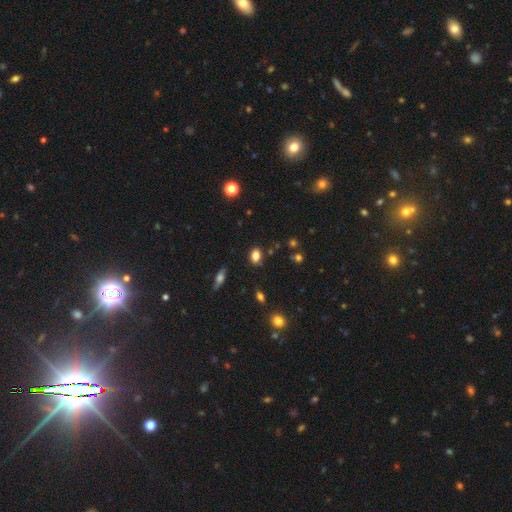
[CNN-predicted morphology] smooth 82%, star or artifact 12%, featured or disk 6%. Down the decision tree: how rounded — in between (71%); merging — none (82%).